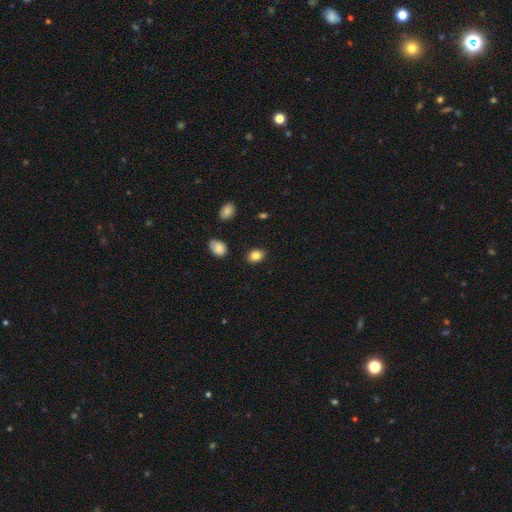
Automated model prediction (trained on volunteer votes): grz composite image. It shows a smooth galaxy with no disk features (85%) that is in between round and cigar-shaped (64%). Merging: none (87%).